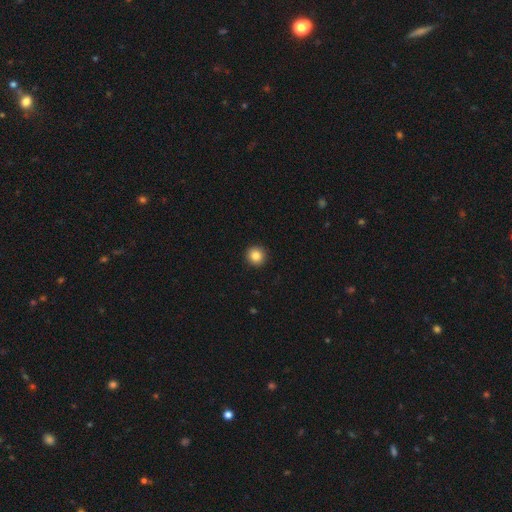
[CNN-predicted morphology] smooth-or-featured: smooth: 86% | star or artifact: 10% | featured or disk: 4%
  how-rounded: round: 95% | in between: 4% | cigar-shaped: 1%
  merging: none: 93% | minor disturbance: 5% | major disturbance: 2% | merger: 1%